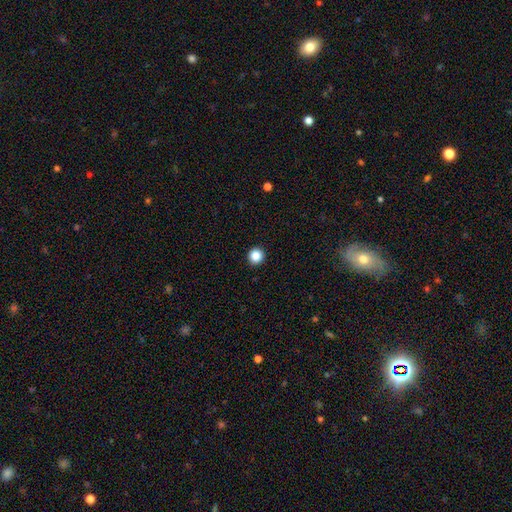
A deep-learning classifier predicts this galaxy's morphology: Smooth or featured? Predicted: smooth (p=0.86). How rounded? Predicted: round (p=0.95). Merging? Predicted: none (p=0.94).